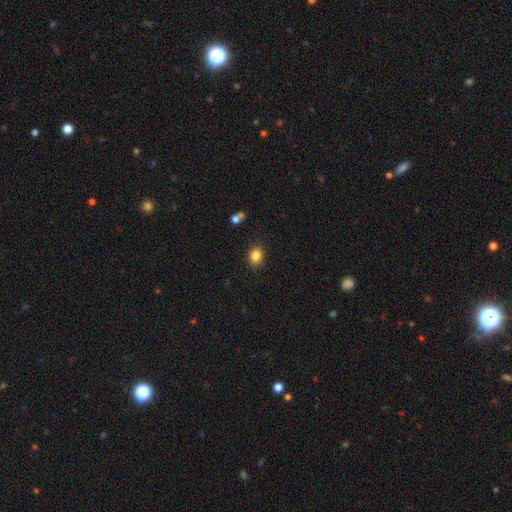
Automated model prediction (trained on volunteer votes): smooth 85%, star or artifact 10%, featured or disk 5%. Down the decision tree: how rounded — round (51%); merging — none (86%).